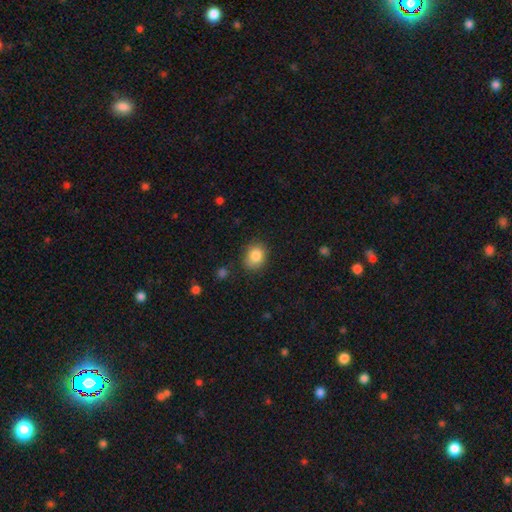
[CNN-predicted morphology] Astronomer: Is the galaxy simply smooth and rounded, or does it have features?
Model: smooth — 84%.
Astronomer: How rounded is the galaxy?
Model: round — 54% (runner-up: in between, 45%).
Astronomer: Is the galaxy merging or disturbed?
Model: none — 81%.